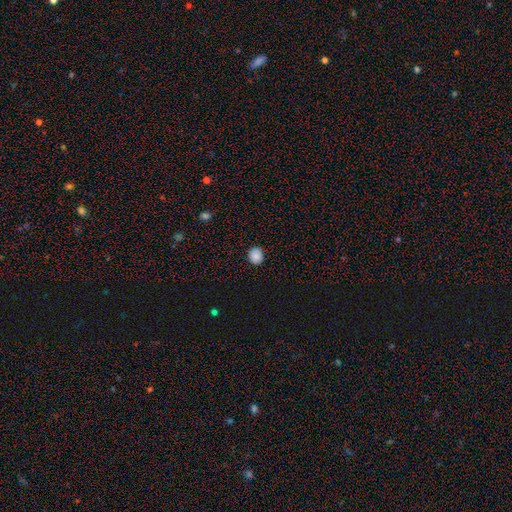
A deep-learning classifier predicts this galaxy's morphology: Overall: smooth (85%). How rounded: round (82%). Merging: none (88%).